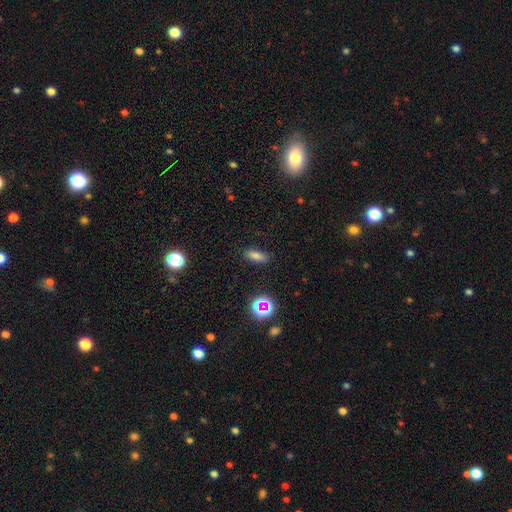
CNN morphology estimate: smooth_or_featured: smooth (p=0.77) [alt: star or artifact p=0.15]
how_rounded: in between (p=0.68) [alt: cigar-shaped p=0.26]
merging: none (p=0.87) [alt: minor disturbance p=0.09]